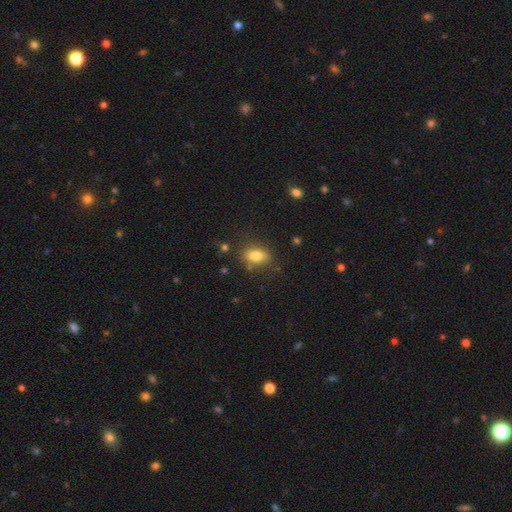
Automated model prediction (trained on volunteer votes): This is clearly a smooth galaxy (80%). How rounded: clearly in between (80%). Merging: likely none (76%).